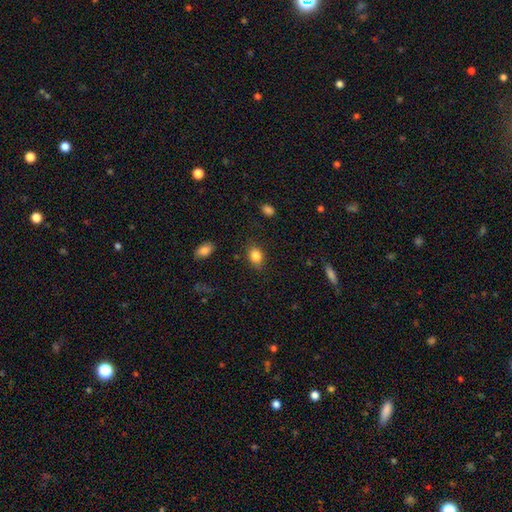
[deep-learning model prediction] Smooth or featured? smooth (84%)
How rounded? in between (68%)
Merging? none (81%)